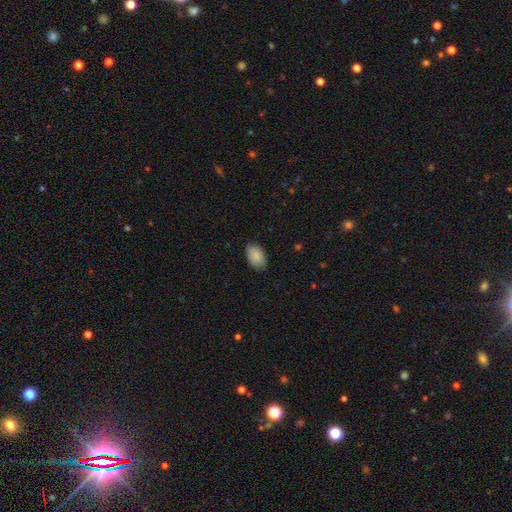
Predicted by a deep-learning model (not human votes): Overall: smooth (89%). How rounded: in between (89%). Merging: none (82%).